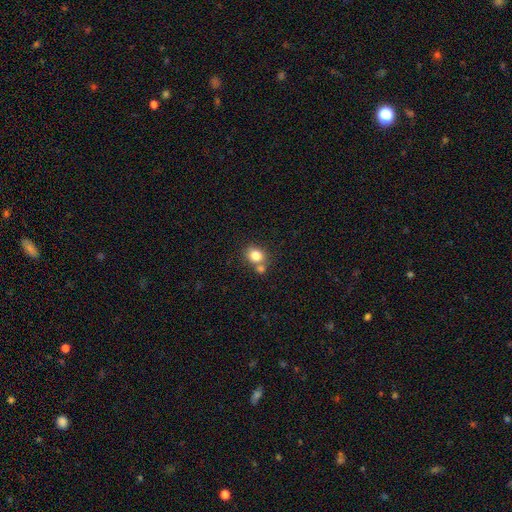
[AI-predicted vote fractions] Smooth or featured?
  - smooth: 81% *
  - star or artifact: 10%
  - featured or disk: 8%
How rounded?
  - round: 69% *
  - in between: 30%
  - cigar-shaped: 1%
Merging?
  - none: 55% *
  - merger: 32%
  - minor disturbance: 10%
  - major disturbance: 3%